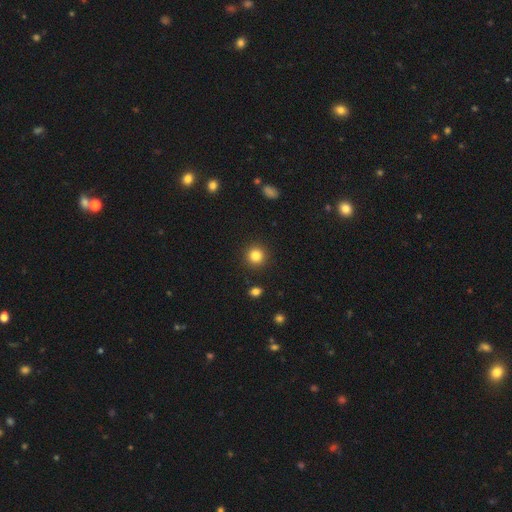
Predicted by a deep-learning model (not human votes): A smooth galaxy with no disk features (84%) that is round (94%). Merging: none (91%).